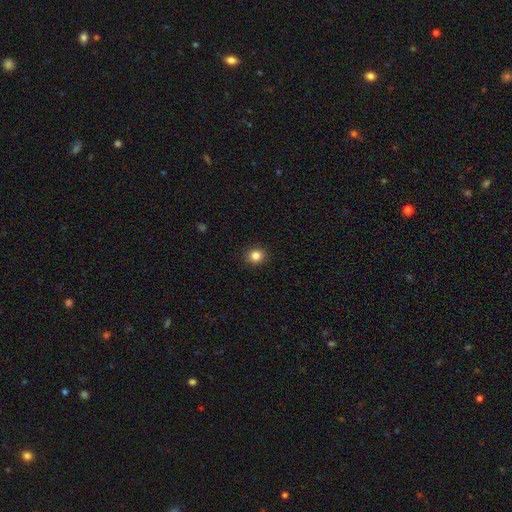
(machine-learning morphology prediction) Overall: smooth (84%). How rounded: round (83%). Merging: none (92%).